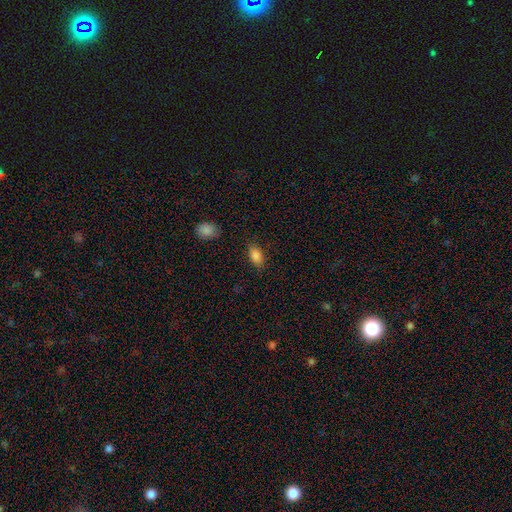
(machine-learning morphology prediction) type=smooth (87%); roundness=in between (90%); merging=none (83%).